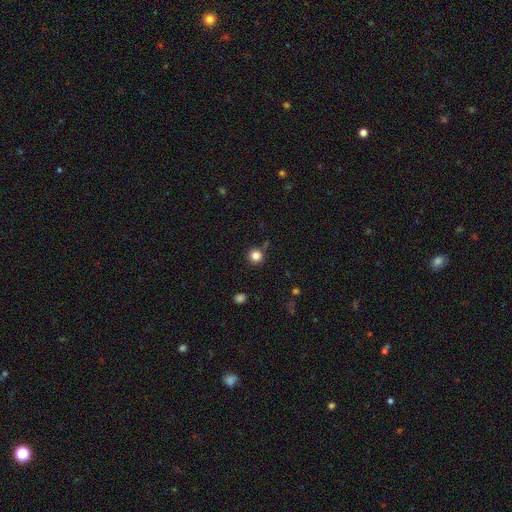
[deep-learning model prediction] Q: Smooth or featured?
A: smooth (83%); runner-up: star or artifact (13%)
Q: How rounded?
A: round (95%); runner-up: in between (4%)
Q: Merging?
A: none (82%); runner-up: minor disturbance (10%)